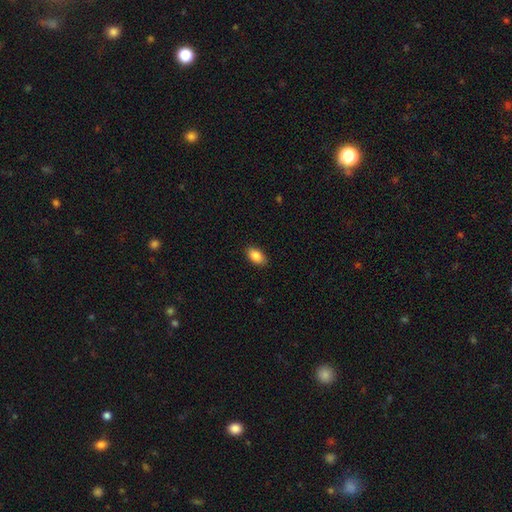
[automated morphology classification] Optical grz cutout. It shows a smooth galaxy with no disk features (88%) that is in between round and cigar-shaped (91%). Merging: none (88%).